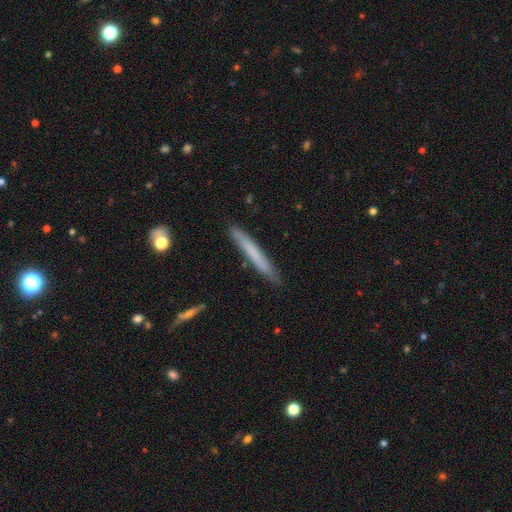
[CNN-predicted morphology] Smooth or featured: smooth — 64% (featured or disk — 30%)
How rounded: cigar-shaped — 96% (in between — 2%)
Merging: none — 88% (minor disturbance — 9%)